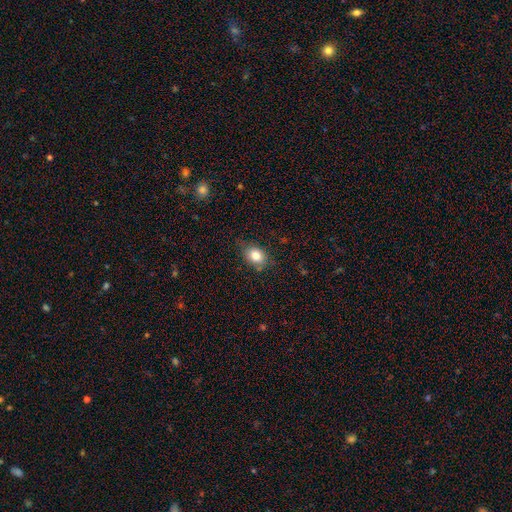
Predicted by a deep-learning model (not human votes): A smooth galaxy with no disk features (82%) that is in between round and cigar-shaped (63%). Merging: none (73%).